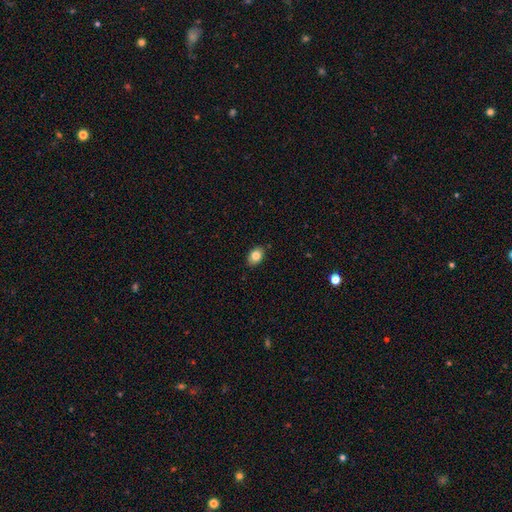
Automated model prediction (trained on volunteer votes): Smooth or featured?
  - smooth: 83% *
  - star or artifact: 9%
  - featured or disk: 8%
How rounded?
  - in between: 79% *
  - round: 19%
  - cigar-shaped: 1%
Merging?
  - none: 87% *
  - minor disturbance: 10%
  - major disturbance: 2%
  - merger: 1%